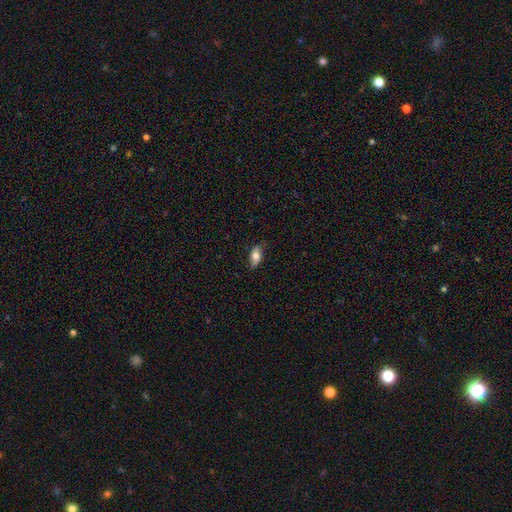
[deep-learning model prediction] smooth-or-featured: smooth: 76% | featured or disk: 17% | star or artifact: 7%
  how-rounded: in between: 88% | cigar-shaped: 8% | round: 4%
  merging: none: 81% | minor disturbance: 16% | major disturbance: 2% | merger: 1%